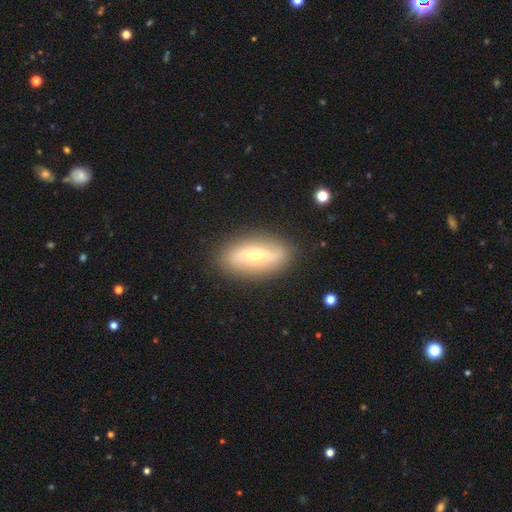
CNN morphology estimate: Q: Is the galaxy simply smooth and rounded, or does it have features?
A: featured or disk — 61%.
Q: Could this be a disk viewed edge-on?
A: no — 71%.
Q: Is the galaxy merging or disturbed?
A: none — 86%.